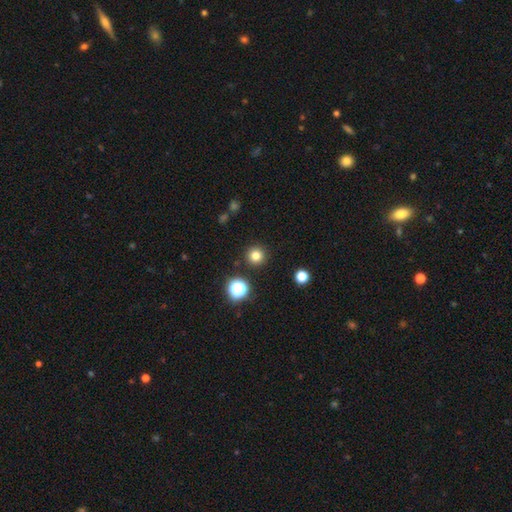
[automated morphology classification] smooth 79%, star or artifact 15%, featured or disk 6%. Down the decision tree: how rounded — round (96%); merging — none (91%).